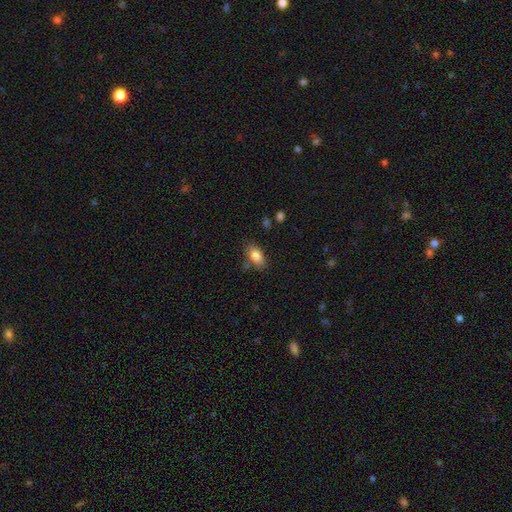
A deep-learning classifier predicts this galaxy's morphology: A smooth galaxy with no disk features (85%) that is in between round and cigar-shaped (90%).

Vote fractions:
- Smooth or featured? smooth: 85% / star or artifact: 8% / featured or disk: 8%
- How rounded? in between: 90% / round: 6% / cigar-shaped: 3%
- Merging? none: 74% / minor disturbance: 16% / merger: 5% / major disturbance: 4%